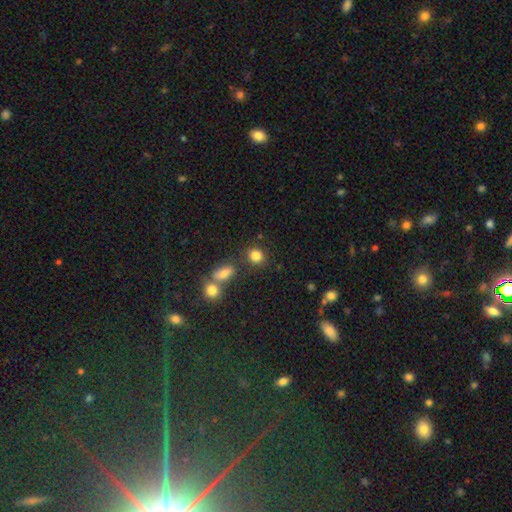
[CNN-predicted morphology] This is clearly a smooth galaxy (84%). How rounded: likely round (70%). Merging: likely none (75%).